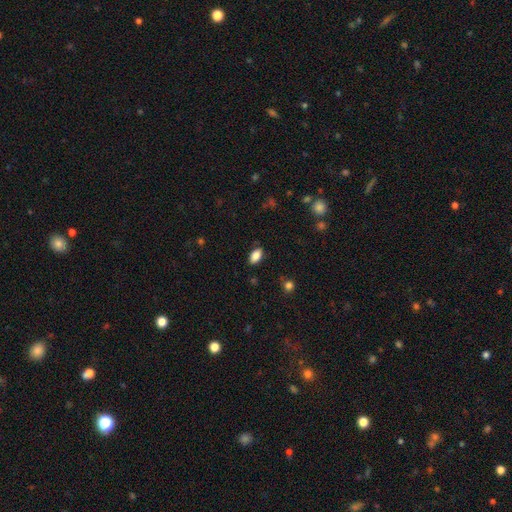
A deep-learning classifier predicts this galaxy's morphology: smooth_or_featured: smooth (p=0.86) [alt: star or artifact p=0.08]
how_rounded: in between (p=0.91) [alt: round p=0.05]
merging: none (p=0.85) [alt: minor disturbance p=0.11]